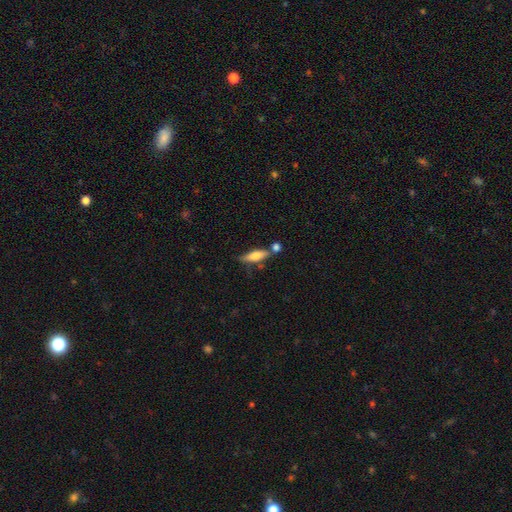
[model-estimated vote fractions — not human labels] A smooth galaxy with no disk features (63%) that is cigar-shaped (58%).

Vote fractions:
- Smooth or featured? smooth: 63% / featured or disk: 31% / star or artifact: 7%
- How rounded? cigar-shaped: 58% / in between: 40% / round: 2%
- Merging? none: 60% / merger: 18% / minor disturbance: 17% / major disturbance: 5%